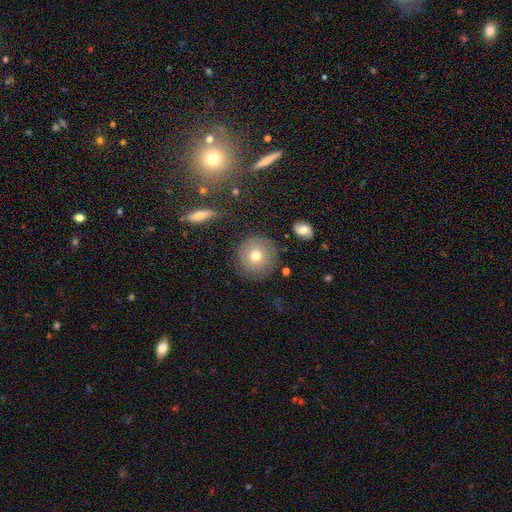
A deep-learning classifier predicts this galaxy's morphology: Smooth or featured: smooth — 70% (featured or disk — 20%)
How rounded: round — 94% (in between — 5%)
Merging: none — 85% (minor disturbance — 9%)